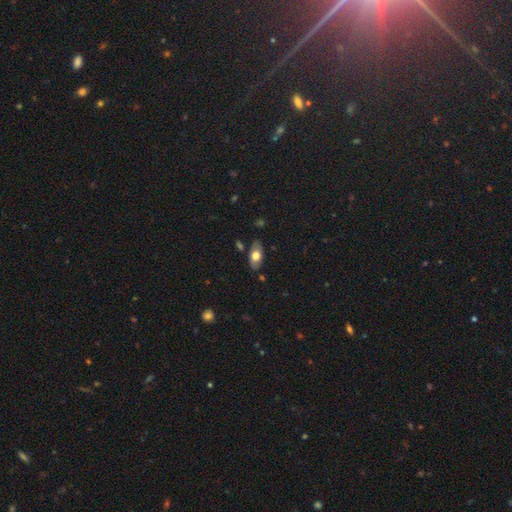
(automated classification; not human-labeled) A smooth galaxy with no disk features (65%) that is in between round and cigar-shaped (90%).

Vote fractions:
- Smooth or featured? smooth: 65% / featured or disk: 28% / star or artifact: 6%
- How rounded? in between: 90% / cigar-shaped: 5% / round: 5%
- Merging? none: 80% / minor disturbance: 15% / major disturbance: 3% / merger: 2%